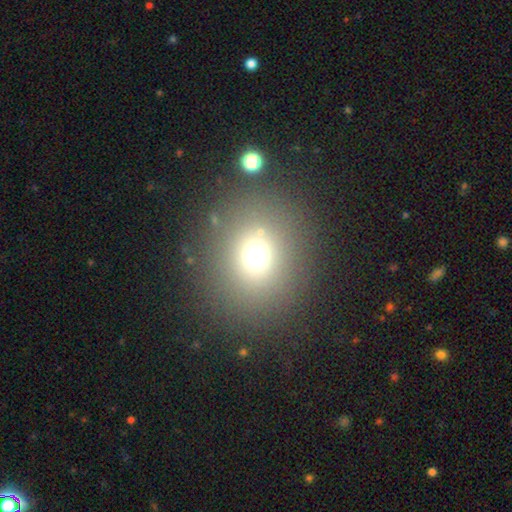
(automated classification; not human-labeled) smooth 69%, star or artifact 21%, featured or disk 10%. Down the decision tree: how rounded — round (78%); merging — none (84%).